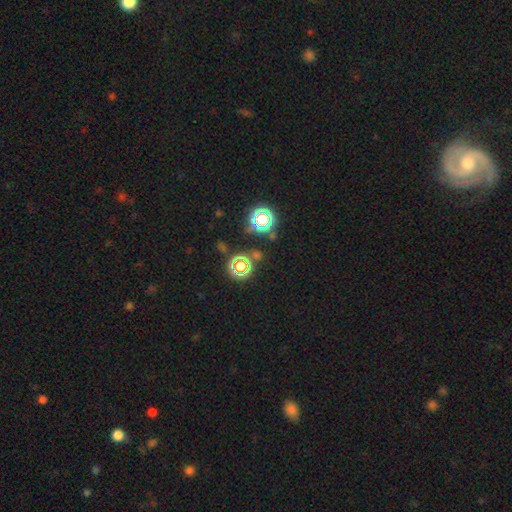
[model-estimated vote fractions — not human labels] A star or artifact, not a galaxy (68%).

Vote fractions:
- Smooth or featured? star or artifact: 68% / smooth: 24% / featured or disk: 8%